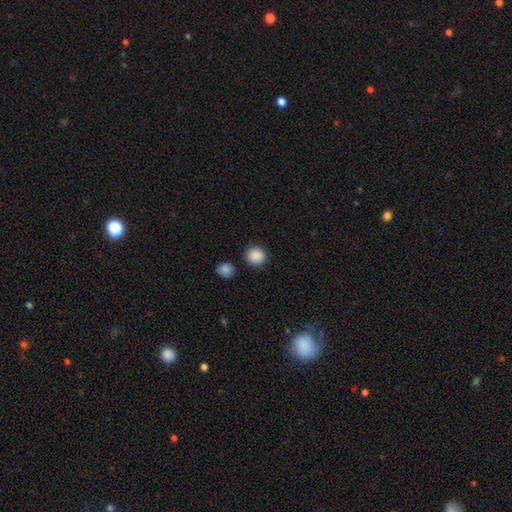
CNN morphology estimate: A smooth galaxy with no disk features (89%) that is round (89%). Merging: none (88%).